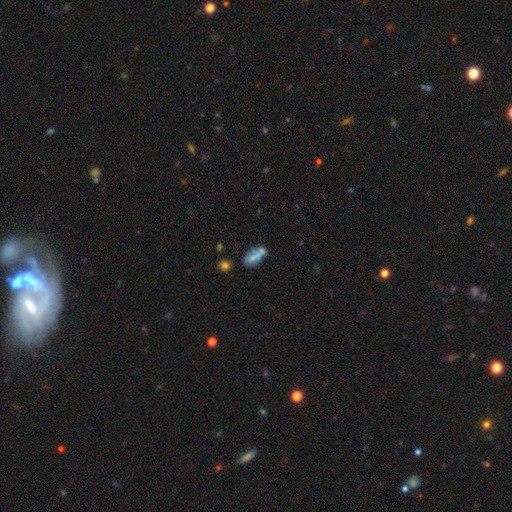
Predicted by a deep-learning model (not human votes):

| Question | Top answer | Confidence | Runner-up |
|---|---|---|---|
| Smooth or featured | smooth | 59% | featured or disk (31%) |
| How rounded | in between | 76% | cigar-shaped (19%) |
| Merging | none | 44% | merger (29%) |